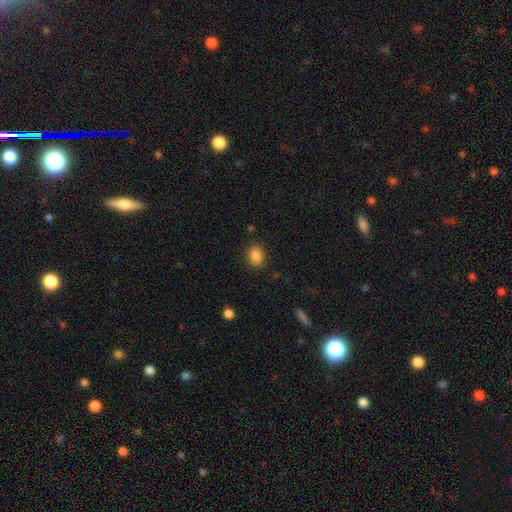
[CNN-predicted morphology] The model was most divided on "how rounded": in between: 57%, round: 42%, cigar-shaped: 1%. More confident: smooth or featured — smooth (87%); merging — none (86%).